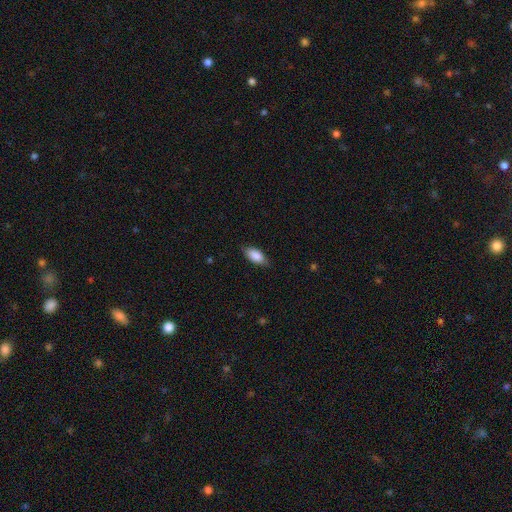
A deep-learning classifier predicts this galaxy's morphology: type=smooth (86%); roundness=in between (89%); merging=none (81%).